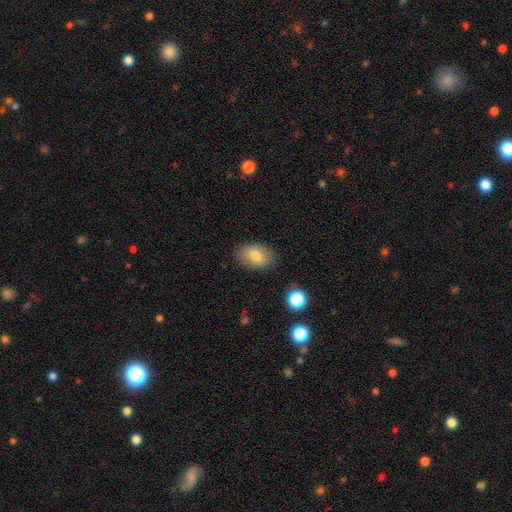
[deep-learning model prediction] This appears to be a smooth galaxy with no disk features (80%) that is in between round and cigar-shaped (86%). Merging: none (83%).